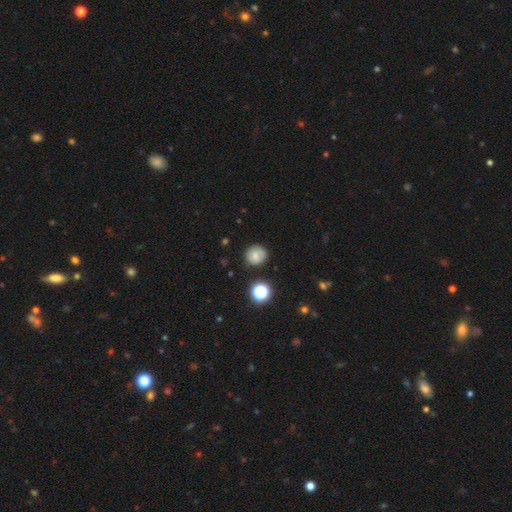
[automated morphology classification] Overall: smooth (71%). How rounded: round (87%). Merging: none (81%).